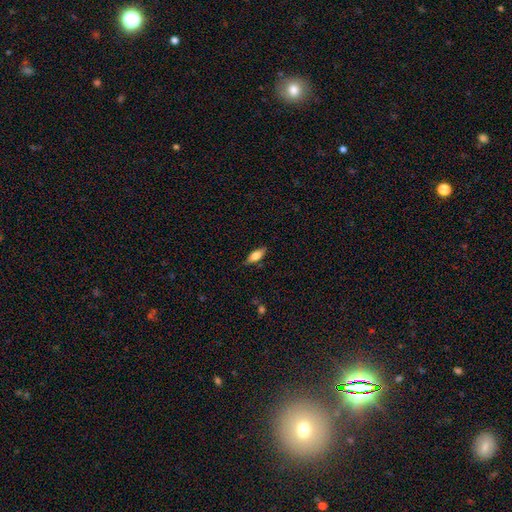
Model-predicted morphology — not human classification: Smooth or featured?
  - smooth: 70% *
  - featured or disk: 23%
  - star or artifact: 7%
How rounded?
  - in between: 70% *
  - cigar-shaped: 27%
  - round: 3%
Merging?
  - none: 84% *
  - minor disturbance: 12%
  - major disturbance: 2%
  - merger: 1%